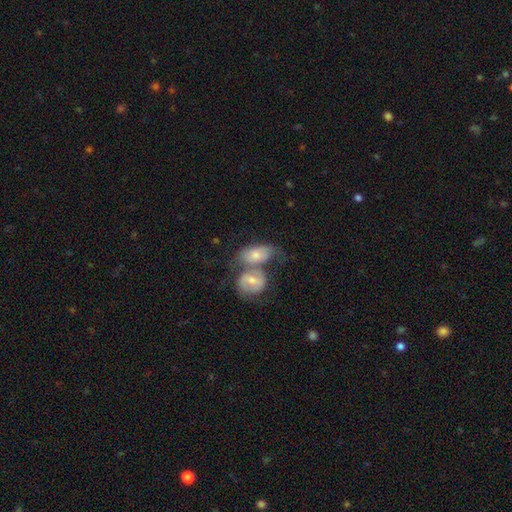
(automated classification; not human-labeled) Overall: featured or disk (46%, tied with smooth). Merging: merger (64%).